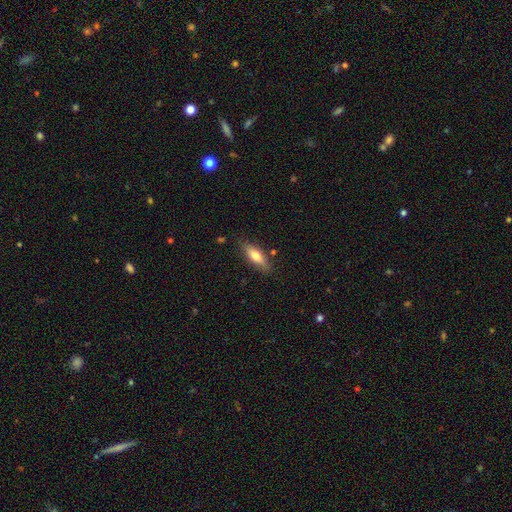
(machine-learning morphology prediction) smooth 68%, featured or disk 25%, star or artifact 6%. Down the decision tree: how rounded — in between (56%); merging — none (80%).